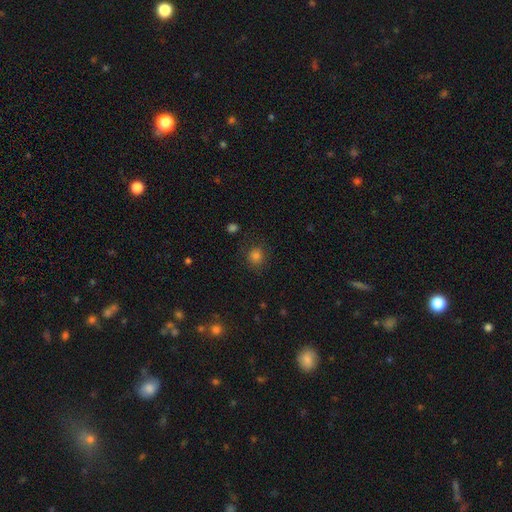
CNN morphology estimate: The model was most divided on "smooth or featured": smooth: 80%, star or artifact: 15%, featured or disk: 5%. More confident: how rounded — round (86%); merging — none (81%).